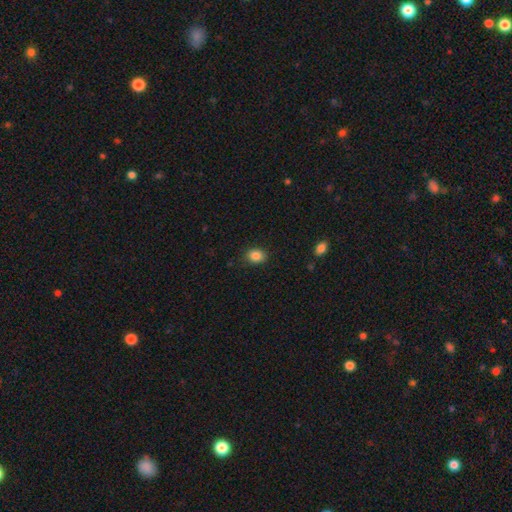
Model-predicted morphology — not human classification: Smooth or featured? smooth (86%)
How rounded? in between (64%)
Merging? none (87%)